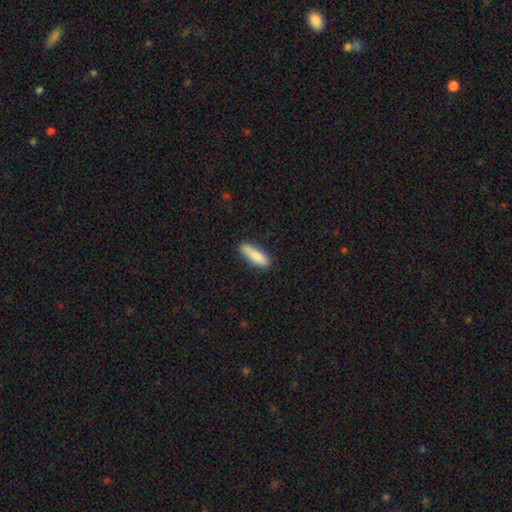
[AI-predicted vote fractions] smooth 85%, featured or disk 9%, star or artifact 6%. Down the decision tree: how rounded — cigar-shaped (62%); merging — none (78%).